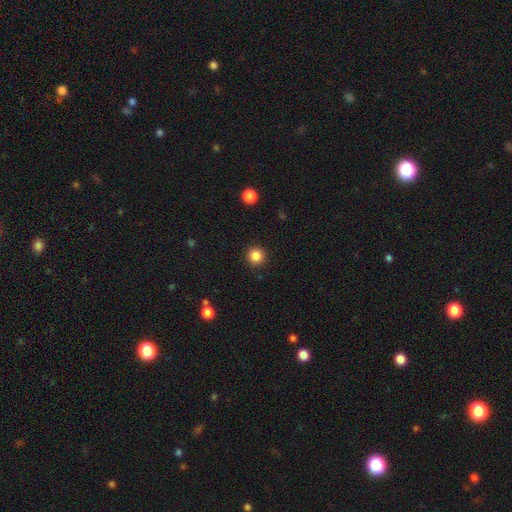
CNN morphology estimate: A smooth galaxy with no disk features (85%) that is round (95%). Merging: none (92%).